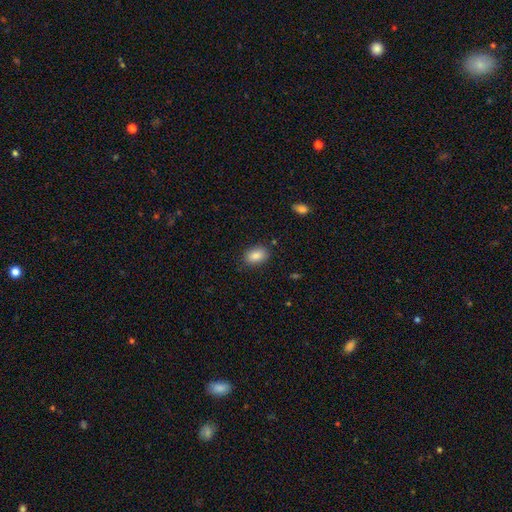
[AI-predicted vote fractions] Q: Smooth or featured?
A: smooth (86%); runner-up: star or artifact (8%)
Q: How rounded?
A: in between (86%); runner-up: round (13%)
Q: Merging?
A: none (84%); runner-up: minor disturbance (11%)